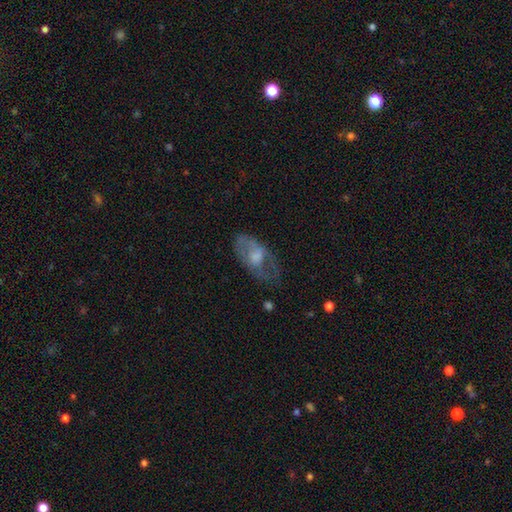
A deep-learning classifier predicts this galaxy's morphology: A featured or disk galaxy (53%). Merging: none (55%).